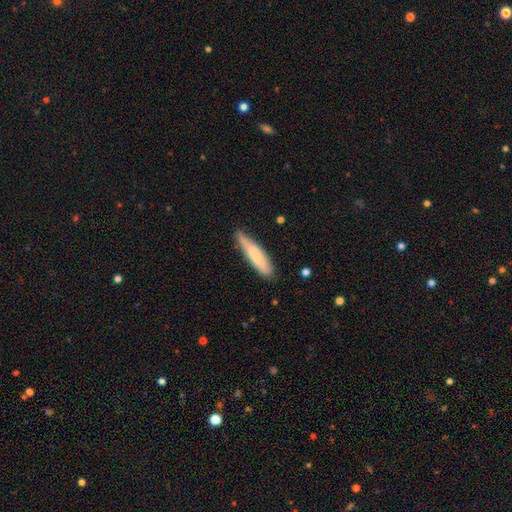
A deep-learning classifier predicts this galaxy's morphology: This appears to be a smooth galaxy with no disk features (70%) that is cigar-shaped (81%). Merging: none (74%).